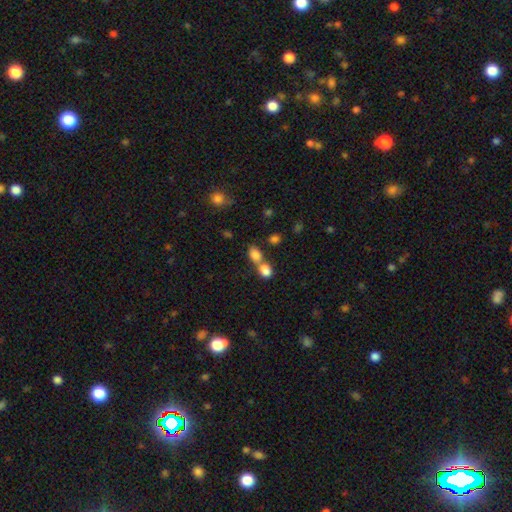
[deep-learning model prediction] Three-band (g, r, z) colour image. It shows a smooth galaxy with no disk features (79%) that is in between round and cigar-shaped (59%). Merging: merger (59%).